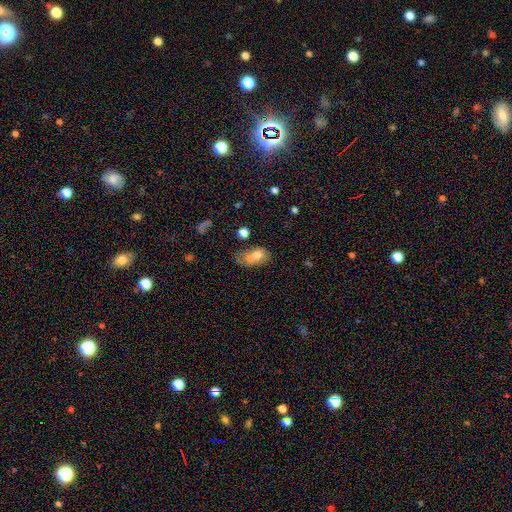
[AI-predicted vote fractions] This appears to be a smooth galaxy with no disk features (65%) that is in between round and cigar-shaped (85%). Merging: merger (28%).